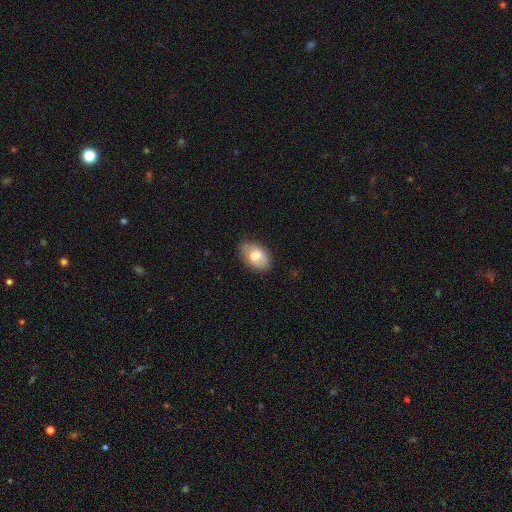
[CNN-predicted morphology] Smooth or featured? smooth (76%)
How rounded? in between (91%)
Merging? none (76%)